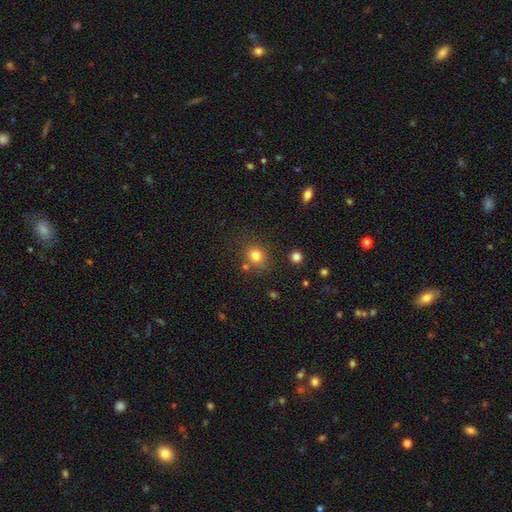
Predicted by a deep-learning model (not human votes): This is likely a smooth galaxy (79%). How rounded: likely round (78%). Merging: likely none (75%).